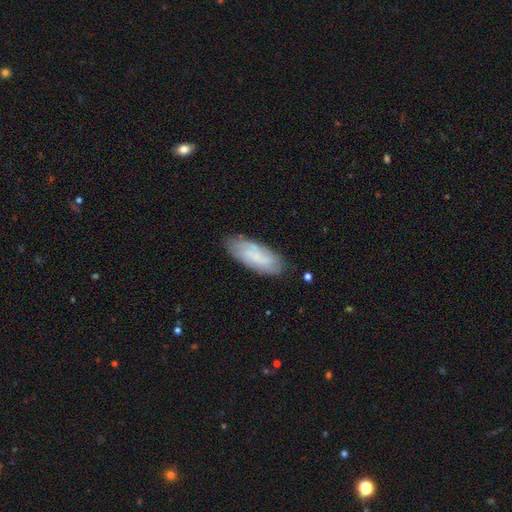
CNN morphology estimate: smooth_or_featured: smooth (p=0.53) [alt: featured or disk p=0.40]
how_rounded: in between (p=0.75) [alt: cigar-shaped p=0.22]
merging: none (p=0.78) [alt: minor disturbance p=0.16]